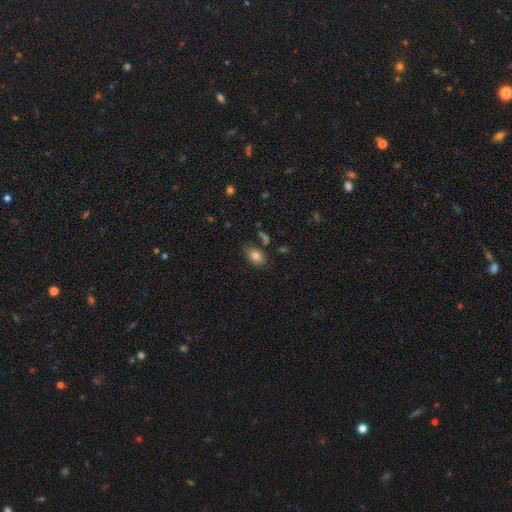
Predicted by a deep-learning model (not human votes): Overall: smooth (81%). How rounded: in between (82%). Merging: none (75%).